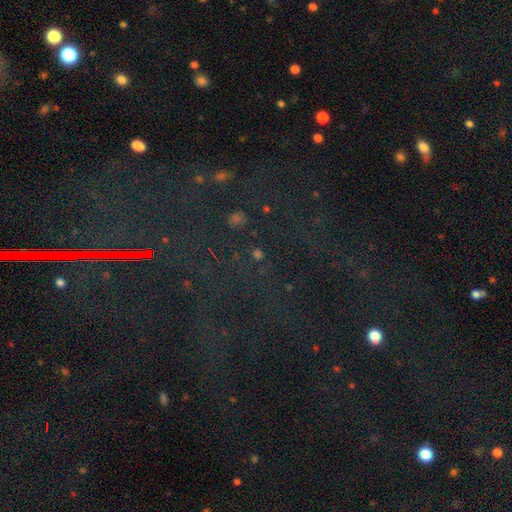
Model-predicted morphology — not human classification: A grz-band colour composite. It shows a star or artifact, not a galaxy (74%).